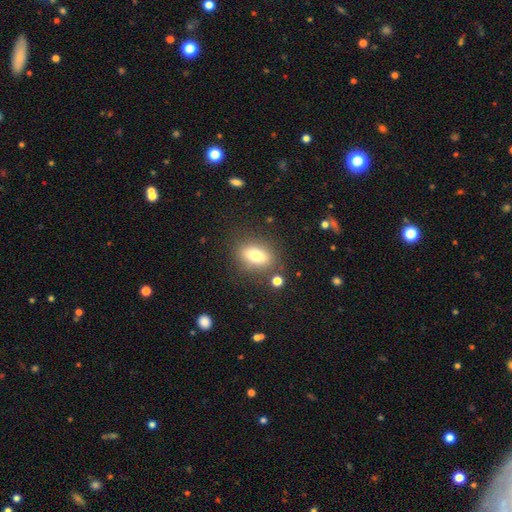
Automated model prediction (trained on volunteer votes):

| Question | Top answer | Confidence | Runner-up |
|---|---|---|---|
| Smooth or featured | smooth | 72% | featured or disk (18%) |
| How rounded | in between | 76% | round (17%) |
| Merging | none | 80% | minor disturbance (11%) |